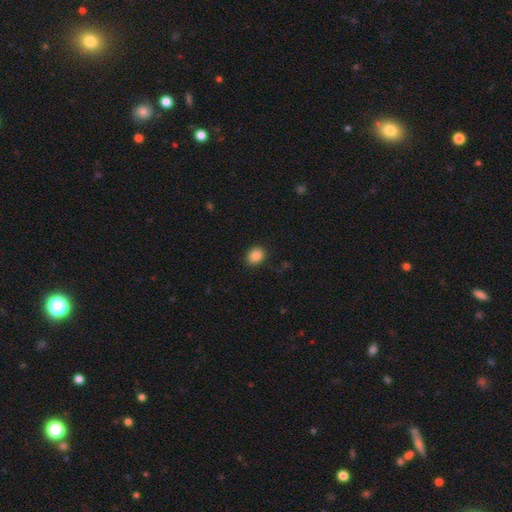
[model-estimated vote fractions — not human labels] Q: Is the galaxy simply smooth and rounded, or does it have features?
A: smooth — 87%.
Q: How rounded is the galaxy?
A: in between — 53%.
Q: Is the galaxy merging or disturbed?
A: none — 88%.